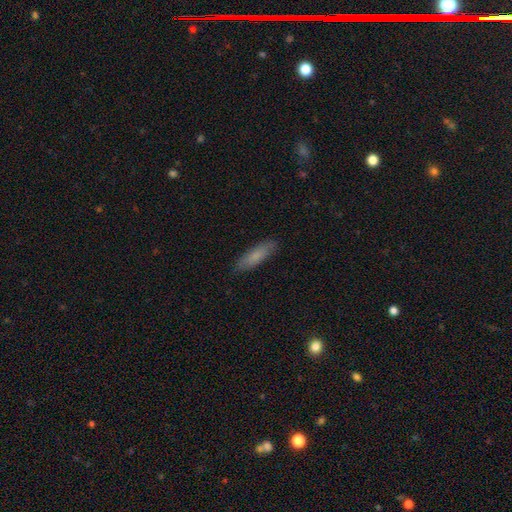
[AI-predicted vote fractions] smooth-or-featured: smooth: 77% | featured or disk: 17% | star or artifact: 6%
  how-rounded: cigar-shaped: 67% | in between: 32% | round: 2%
  merging: none: 86% | minor disturbance: 11% | major disturbance: 2% | merger: 1%